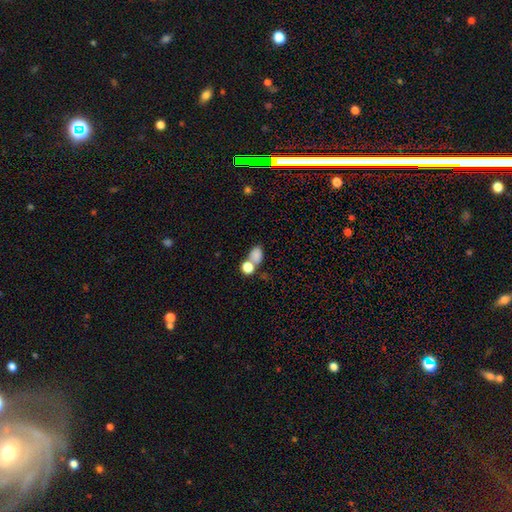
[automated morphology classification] The model was most divided on "merging": merger: 46%, none: 38%, minor disturbance: 10%, major disturbance: 6%. More confident: smooth or featured — smooth (80%); how rounded — in between (68%).